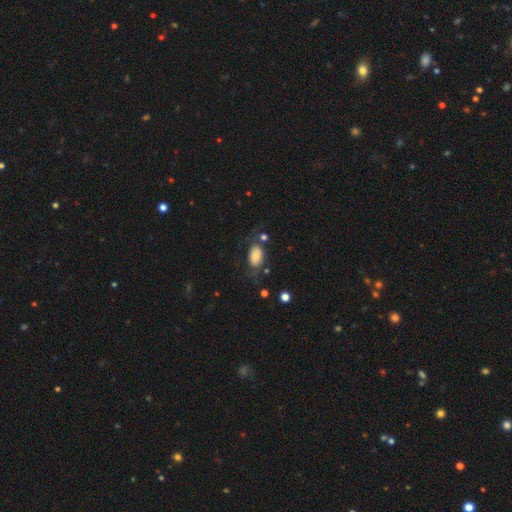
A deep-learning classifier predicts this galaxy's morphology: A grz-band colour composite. It shows a smooth galaxy with no disk features (78%) that is in between round and cigar-shaped (90%). Merging: none (53%).